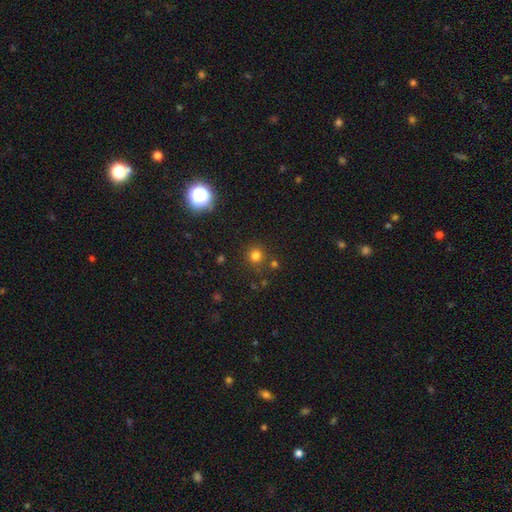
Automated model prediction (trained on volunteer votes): smooth_or_featured: smooth (p=0.76) [alt: star or artifact p=0.18]
how_rounded: round (p=0.91) [alt: in between p=0.08]
merging: none (p=0.80) [alt: minor disturbance p=0.09]